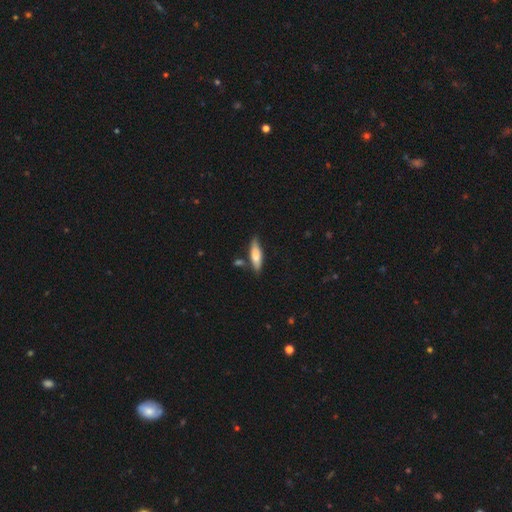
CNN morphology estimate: Smooth or featured: smooth — 71% (featured or disk — 23%)
How rounded: cigar-shaped — 56% (in between — 42%)
Merging: none — 75% (minor disturbance — 16%)